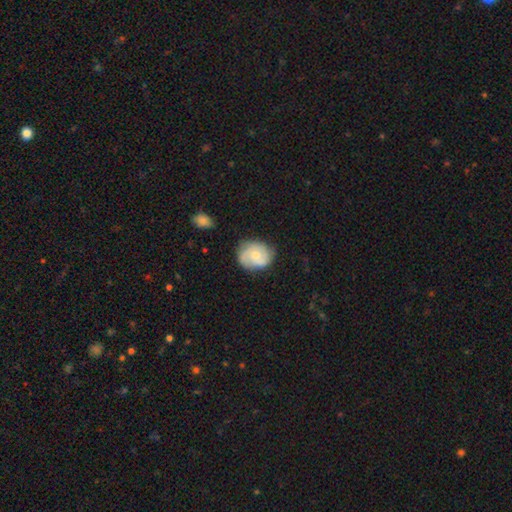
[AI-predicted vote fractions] Smooth or featured?
  - featured or disk: 56% *
  - smooth: 38%
  - star or artifact: 6%
Edge-on disk?
  - no: 98% *
  - yes: 2%
Bar?
  - no: 71% *
  - weak: 26%
  - strong: 3%
Spiral arms?
  - yes: 88% *
  - no: 12%
Bulge size?
  - small: 49% *
  - moderate: 43%
  - none: 4%
  - large: 3%
  - dominant: 1%
Merging?
  - none: 72% *
  - minor disturbance: 21%
  - major disturbance: 6%
  - merger: 2%